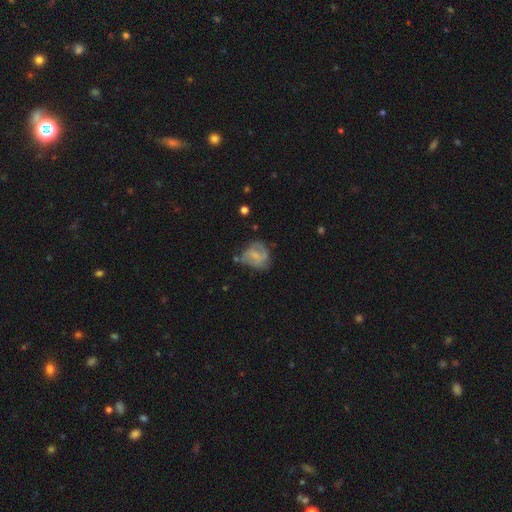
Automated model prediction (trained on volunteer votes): A featured or disk galaxy (58%) with a weak bar (48%), spiral arms (75%) and a small central bulge (40%). Merging: none (48%).